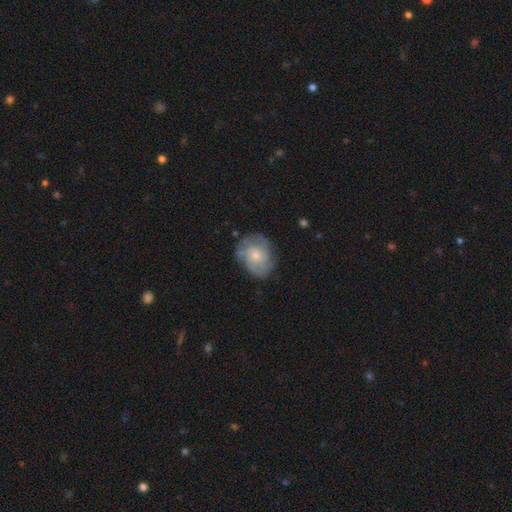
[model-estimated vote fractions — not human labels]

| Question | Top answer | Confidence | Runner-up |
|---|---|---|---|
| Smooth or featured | featured or disk | 56% | smooth (37%) |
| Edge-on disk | no | 97% | yes (3%) |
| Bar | no | 81% | weak (17%) |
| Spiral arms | yes | 78% | no (22%) |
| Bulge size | moderate | 46% | small (43%) |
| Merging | none | 64% | minor disturbance (24%) |